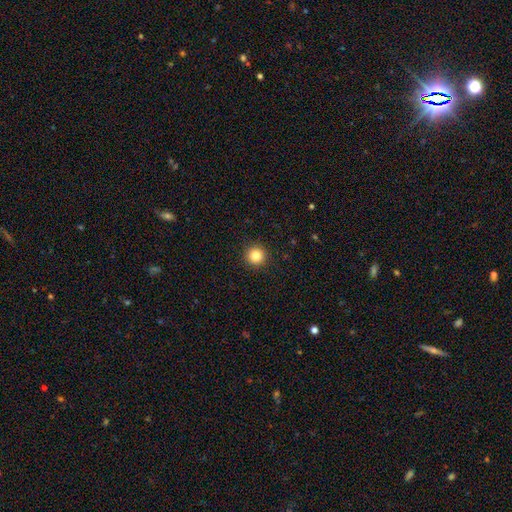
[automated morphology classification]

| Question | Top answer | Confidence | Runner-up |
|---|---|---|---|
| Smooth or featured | smooth | 84% | star or artifact (11%) |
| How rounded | round | 95% | in between (4%) |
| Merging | none | 93% | minor disturbance (5%) |